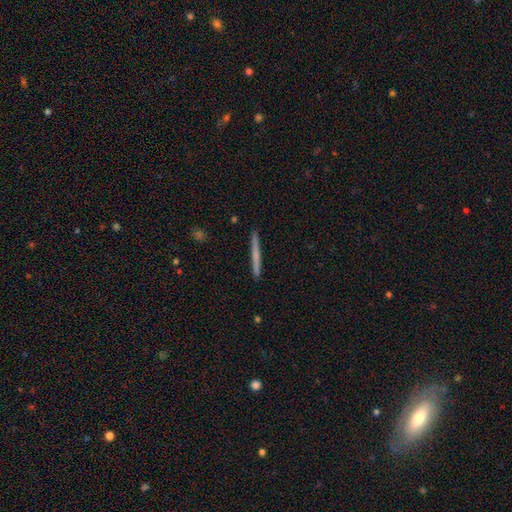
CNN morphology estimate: Smooth or featured: smooth — 52% (featured or disk — 42%)
How rounded: cigar-shaped — 97% (in between — 2%)
Merging: none — 92% (minor disturbance — 6%)